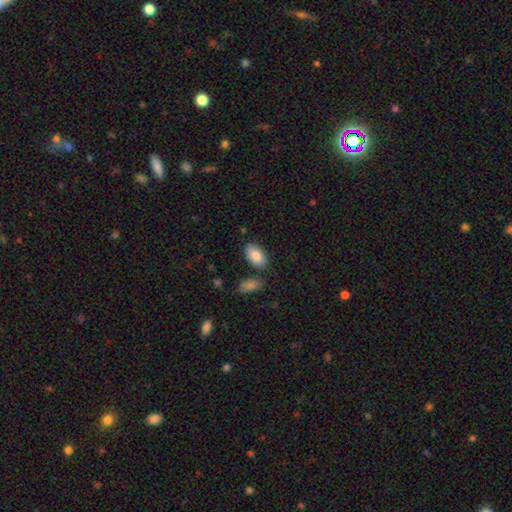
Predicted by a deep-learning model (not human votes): Morphology: type=smooth (86%); roundness=in between (94%); merging=none (78%).